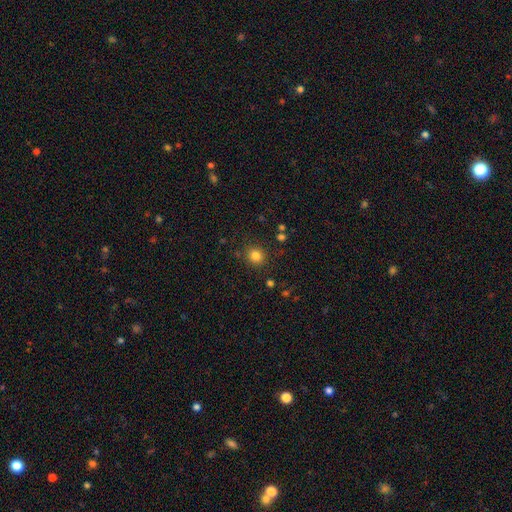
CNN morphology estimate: type=smooth (81%); roundness=round (89%); merging=none (87%).